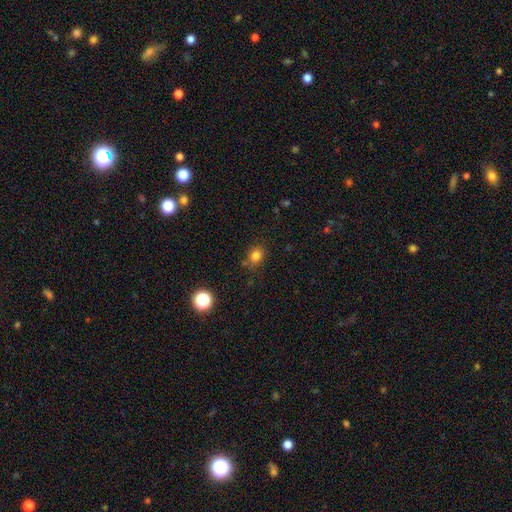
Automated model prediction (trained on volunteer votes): Smooth or featured: smooth — 80% (star or artifact — 14%)
How rounded: round — 59% (in between — 40%)
Merging: none — 75% (minor disturbance — 16%)